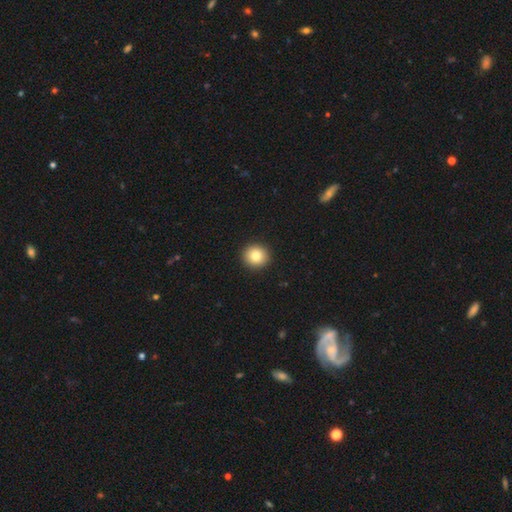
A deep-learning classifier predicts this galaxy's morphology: A smooth galaxy with no disk features (83%) that is round (91%). Merging: none (93%).